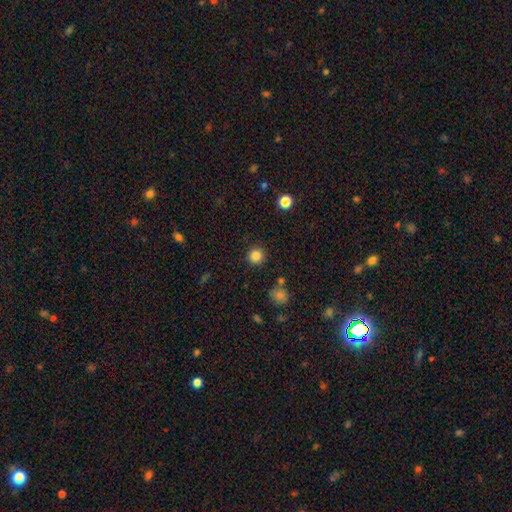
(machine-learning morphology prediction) Smooth or featured? smooth (84%)
How rounded? round (95%)
Merging? none (90%)